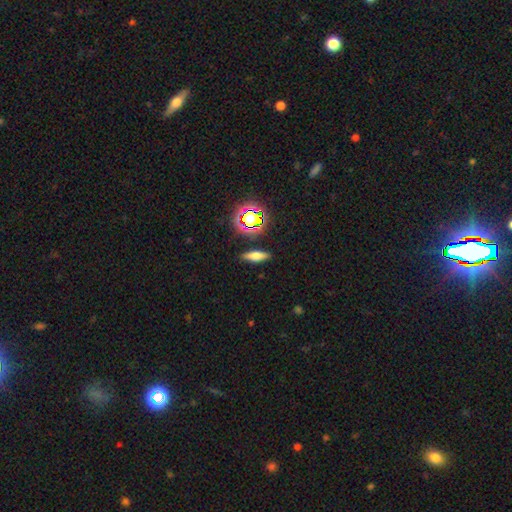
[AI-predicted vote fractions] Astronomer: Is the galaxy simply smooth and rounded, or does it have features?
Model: smooth — 57%.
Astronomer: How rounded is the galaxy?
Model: cigar-shaped — 52% (runner-up: in between, 42%).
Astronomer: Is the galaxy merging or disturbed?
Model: none — 86%.